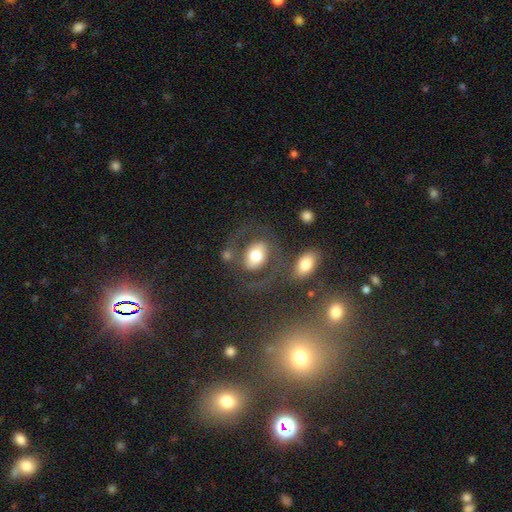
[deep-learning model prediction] Overall: smooth (50%; featured or disk 41%). How rounded: in between (67%; round 31%). Merging: none (61%).